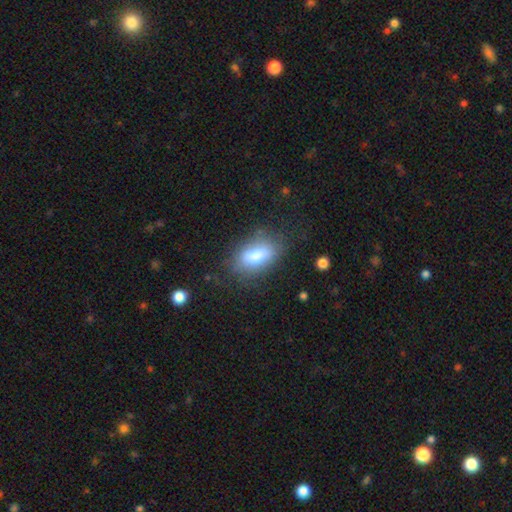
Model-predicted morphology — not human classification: Smooth or featured: smooth — 75% (featured or disk — 16%)
How rounded: in between — 85% (cigar-shaped — 10%)
Merging: none — 68% (minor disturbance — 19%)